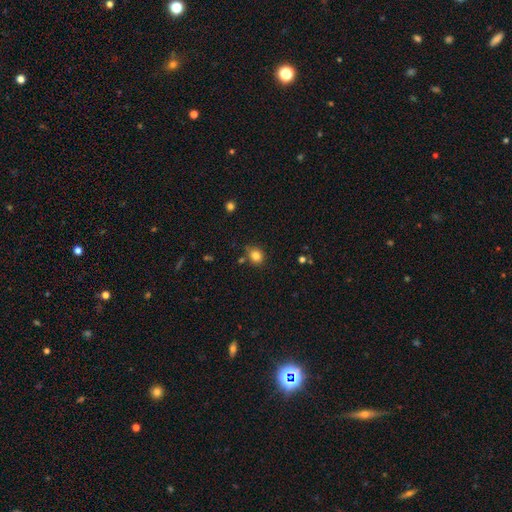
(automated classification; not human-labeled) A smooth galaxy with no disk features (83%) that is round (65%).

Vote fractions:
- Smooth or featured? smooth: 83% / star or artifact: 11% / featured or disk: 6%
- How rounded? round: 65% / in between: 34% / cigar-shaped: 1%
- Merging? none: 76% / minor disturbance: 15% / merger: 6% / major disturbance: 3%